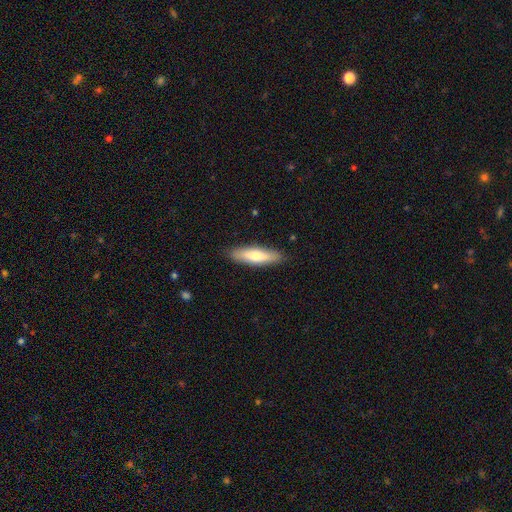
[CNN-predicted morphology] Smooth or featured?
  - smooth: 65% *
  - featured or disk: 30%
  - star or artifact: 5%
How rounded?
  - cigar-shaped: 64% *
  - in between: 34%
  - round: 2%
Merging?
  - none: 88% *
  - minor disturbance: 9%
  - major disturbance: 2%
  - merger: 1%